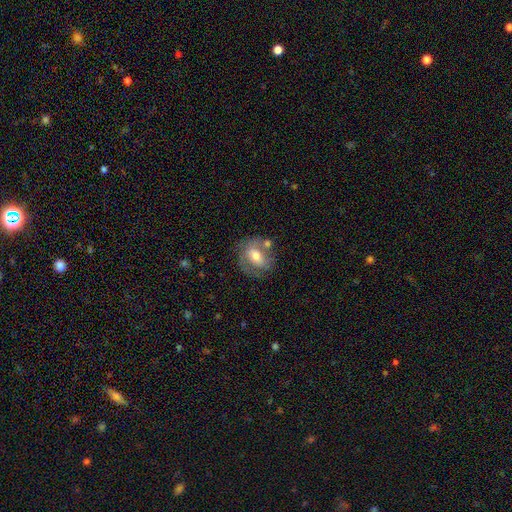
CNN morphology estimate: This is possibly a smooth galaxy (47%). Merging: possibly none (58%).